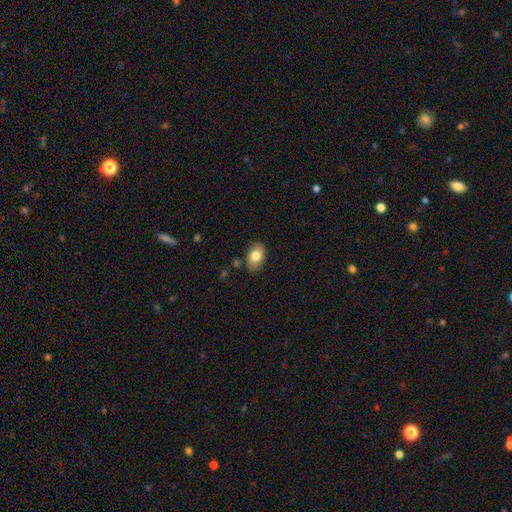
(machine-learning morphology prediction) type=smooth (81%); roundness=in between (87%); merging=none (81%).